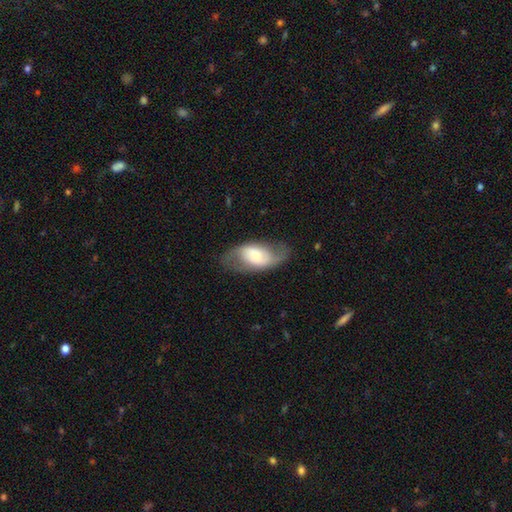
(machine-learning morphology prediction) Smooth or featured?
  - featured or disk: 58% *
  - smooth: 36%
  - star or artifact: 6%
Edge-on disk?
  - no: 92% *
  - yes: 8%
Bar?
  - no: 51% *
  - weak: 33%
  - strong: 16%
Spiral arms?
  - yes: 76% *
  - no: 24%
Bulge size?
  - moderate: 44% *
  - small: 38%
  - large: 12%
  - dominant: 3%
  - none: 2%
Merging?
  - none: 69% *
  - minor disturbance: 19%
  - major disturbance: 11%
  - merger: 1%